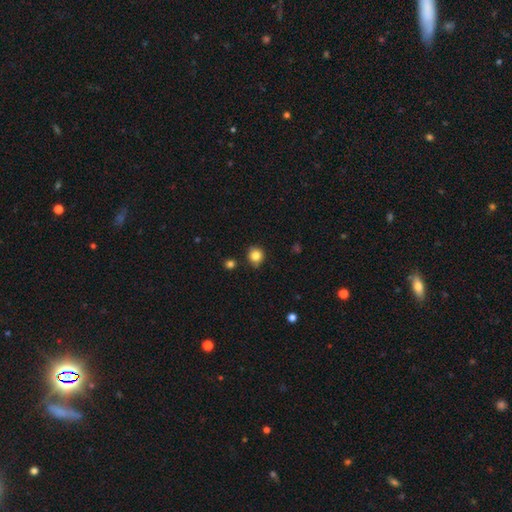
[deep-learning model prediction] Q: Smooth or featured?
A: smooth (83%); runner-up: star or artifact (11%)
Q: How rounded?
A: round (86%); runner-up: in between (13%)
Q: Merging?
A: none (84%); runner-up: minor disturbance (12%)